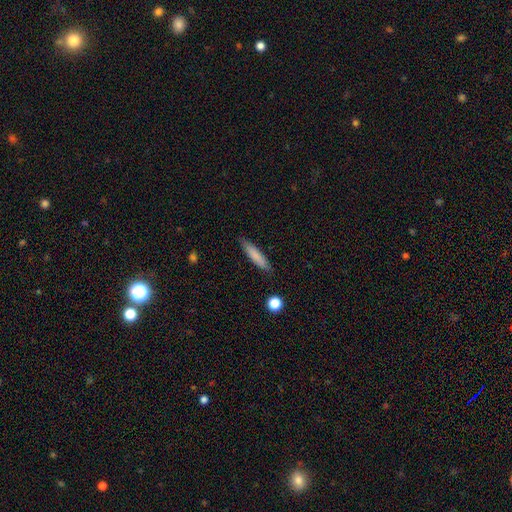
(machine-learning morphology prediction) smooth_or_featured: smooth (p=0.79) [alt: featured or disk p=0.15]
how_rounded: cigar-shaped (p=0.87) [alt: in between p=0.12]
merging: none (p=0.87) [alt: minor disturbance p=0.10]